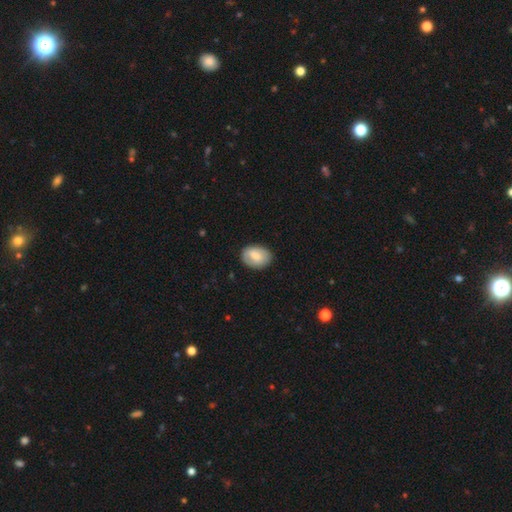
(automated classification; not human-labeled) Smooth or featured: smooth — 72% (featured or disk — 22%)
How rounded: in between — 78% (round — 21%)
Merging: none — 81% (minor disturbance — 14%)